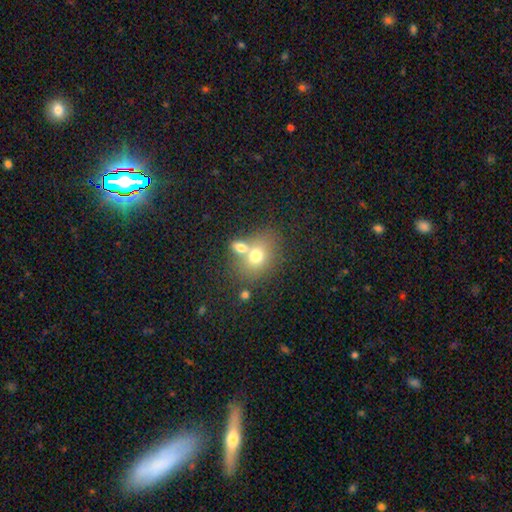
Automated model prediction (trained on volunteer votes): smooth_or_featured: smooth (p=0.70) [alt: featured or disk p=0.18]
how_rounded: in between (p=0.55) [alt: round p=0.44]
merging: merger (p=0.45) [alt: none p=0.41]